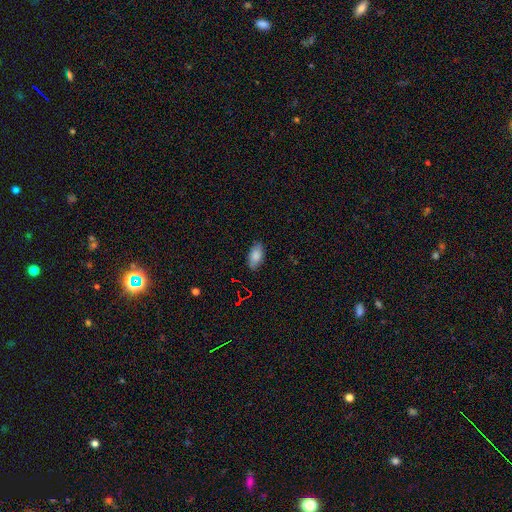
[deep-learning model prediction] This appears to be a smooth galaxy with no disk features (80%) that is in between round and cigar-shaped (91%). Merging: none (81%).